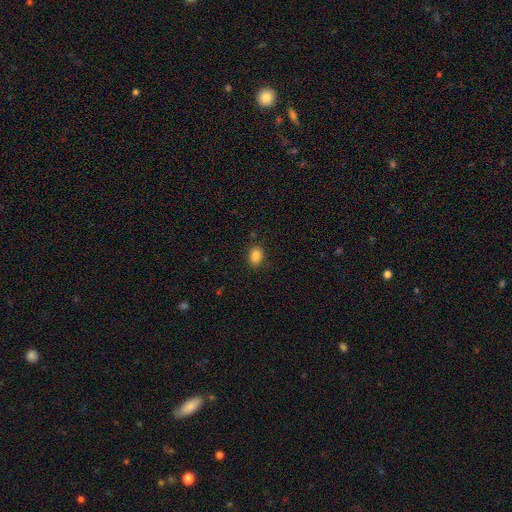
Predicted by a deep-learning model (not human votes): Smooth or featured: smooth — 85% (star or artifact — 10%)
How rounded: in between — 63% (round — 36%)
Merging: none — 86% (minor disturbance — 10%)